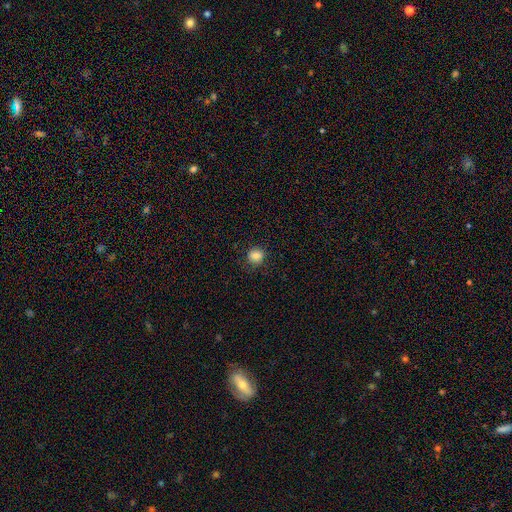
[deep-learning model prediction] This is clearly a smooth galaxy (83%). How rounded: clearly round (85%). Merging: clearly none (86%).